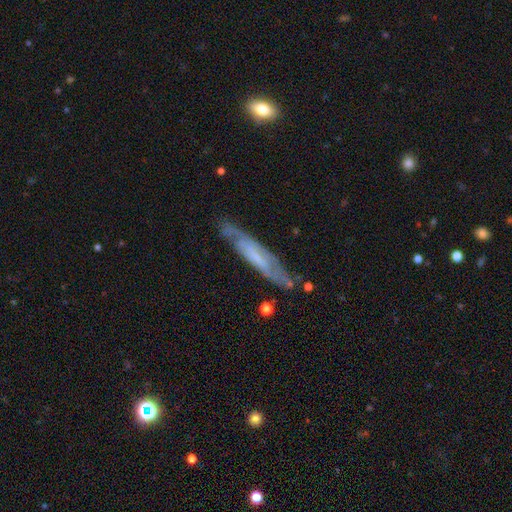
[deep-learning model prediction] This is likely a featured or disk galaxy (70%). It is possibly not viewed edge-on (54%). Merging: likely none (75%).